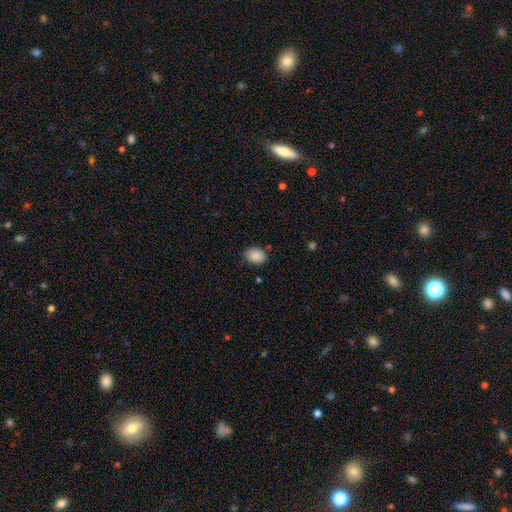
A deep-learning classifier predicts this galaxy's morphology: type=smooth (88%); roundness=in between (67%); merging=none (81%).